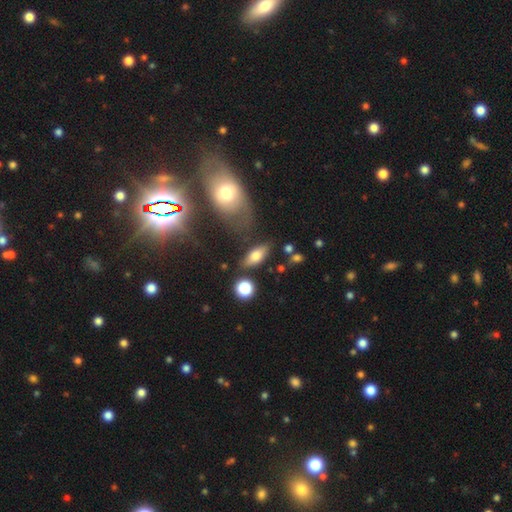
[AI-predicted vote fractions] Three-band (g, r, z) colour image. It shows a smooth galaxy with no disk features (68%) that is in between round and cigar-shaped (77%). Merging: none (71%).